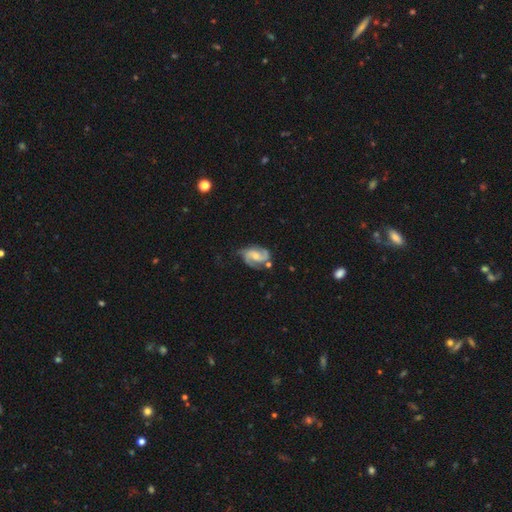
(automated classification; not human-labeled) This appears to be a featured or disk galaxy (87%) with no bar (50%), 2 (80%) medium (54%) spiral arms (97%) and a moderate central bulge (44%, tied with small). Merging: none (64%).